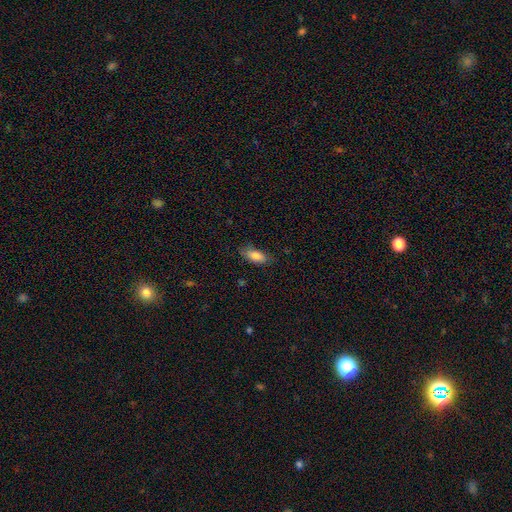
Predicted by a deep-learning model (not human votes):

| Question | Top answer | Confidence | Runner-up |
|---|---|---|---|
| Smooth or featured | smooth | 84% | featured or disk (8%) |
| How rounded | in between | 83% | cigar-shaped (14%) |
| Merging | none | 75% | minor disturbance (19%) |